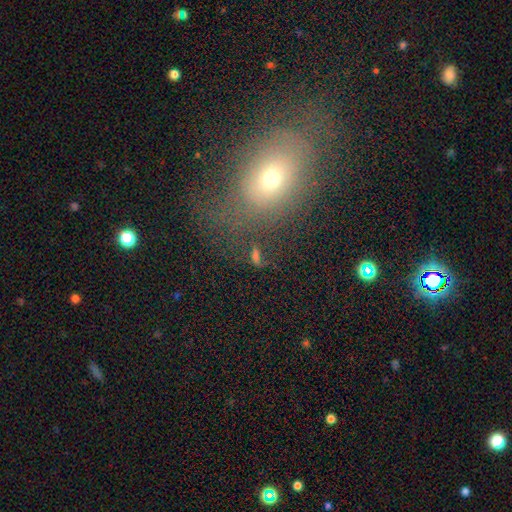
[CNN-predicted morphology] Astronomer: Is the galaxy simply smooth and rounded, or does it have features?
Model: smooth — 46% (runner-up: star or artifact, 31%).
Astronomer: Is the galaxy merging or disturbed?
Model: none — 57%.